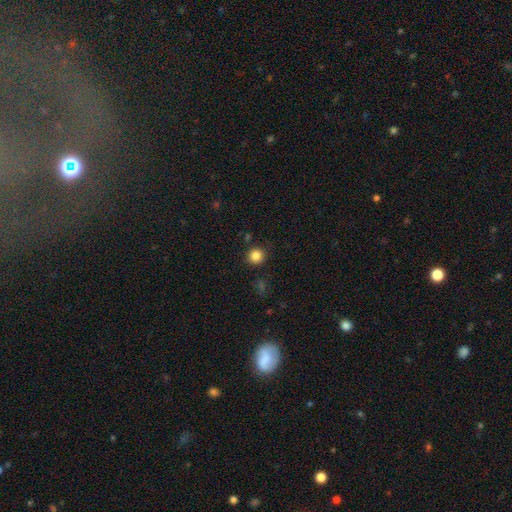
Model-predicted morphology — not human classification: Smooth or featured?
  - smooth: 85% *
  - star or artifact: 11%
  - featured or disk: 4%
How rounded?
  - round: 91% *
  - in between: 8%
  - cigar-shaped: 1%
Merging?
  - none: 88% *
  - minor disturbance: 7%
  - major disturbance: 2%
  - merger: 2%